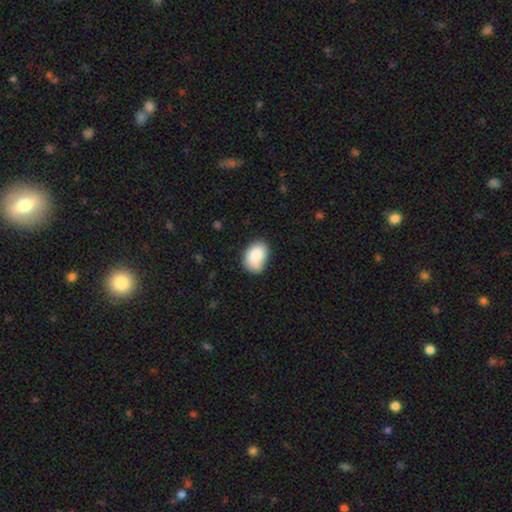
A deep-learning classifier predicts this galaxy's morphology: Q: Smooth or featured?
A: smooth (87%); runner-up: star or artifact (7%)
Q: How rounded?
A: in between (80%); runner-up: round (19%)
Q: Merging?
A: none (68%); runner-up: minor disturbance (25%)